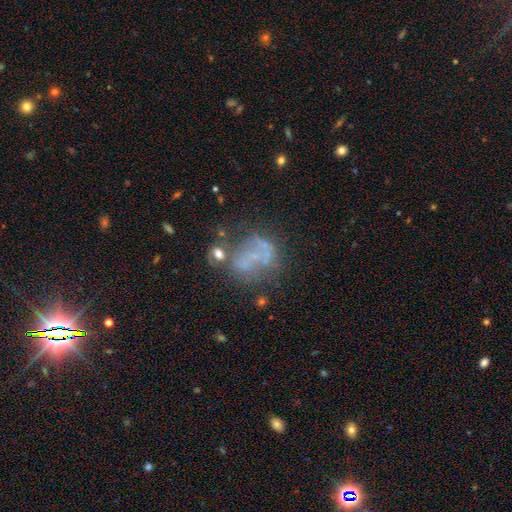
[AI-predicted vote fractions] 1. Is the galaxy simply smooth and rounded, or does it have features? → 50% featured or disk, 30% smooth, 20% star or artifact.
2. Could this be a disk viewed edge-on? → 97% no, 3% yes.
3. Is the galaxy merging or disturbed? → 38% none, 25% major disturbance, 18% minor disturbance, 18% merger.